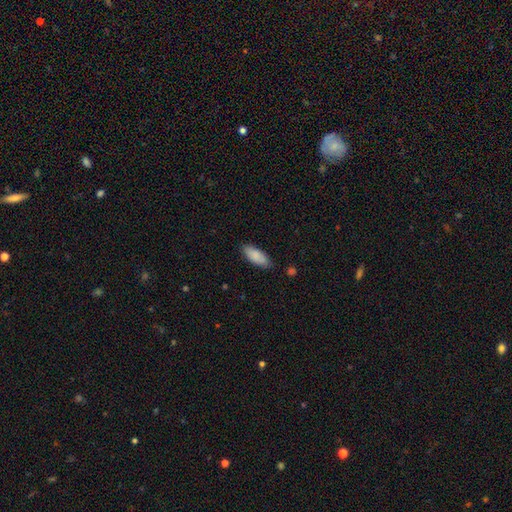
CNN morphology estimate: This is clearly a smooth galaxy (87%). How rounded: clearly in between (81%). Merging: clearly none (83%).